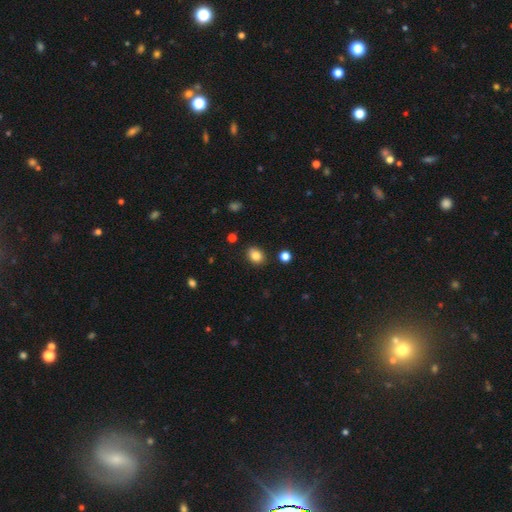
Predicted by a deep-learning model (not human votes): A smooth galaxy with no disk features (83%) that is in between round and cigar-shaped (54%).

Vote fractions:
- Smooth or featured? smooth: 83% / star or artifact: 11% / featured or disk: 6%
- How rounded? in between: 54% / round: 45% / cigar-shaped: 1%
- Merging? none: 82% / minor disturbance: 13% / merger: 3% / major disturbance: 3%